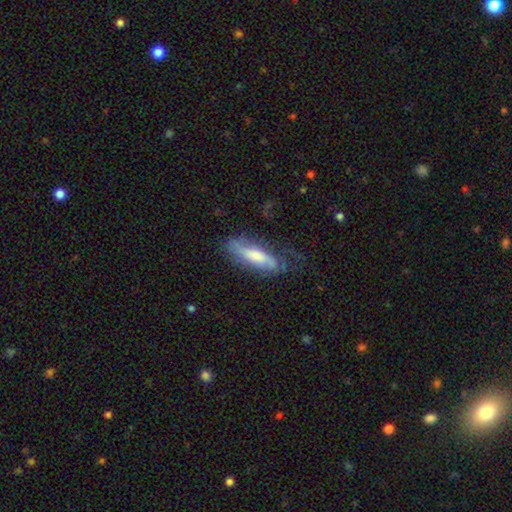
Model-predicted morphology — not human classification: Smooth or featured: smooth — 51% (featured or disk — 43%)
How rounded: cigar-shaped — 55% (in between — 43%)
Merging: none — 59% (minor disturbance — 27%)